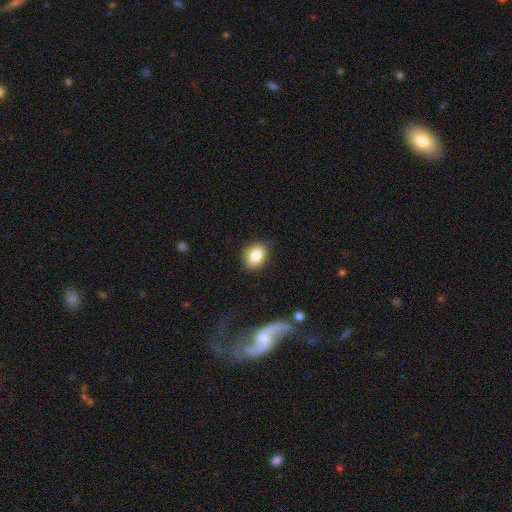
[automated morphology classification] Q: Smooth or featured?
A: smooth (82%); runner-up: featured or disk (9%)
Q: How rounded?
A: in between (74%); runner-up: round (24%)
Q: Merging?
A: none (85%); runner-up: minor disturbance (11%)